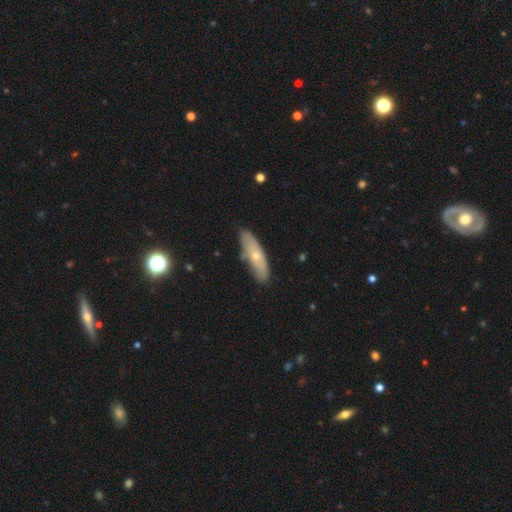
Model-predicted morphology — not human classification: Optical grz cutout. It shows a smooth galaxy with no disk features (52%) that is cigar-shaped (56%). Merging: none (77%).